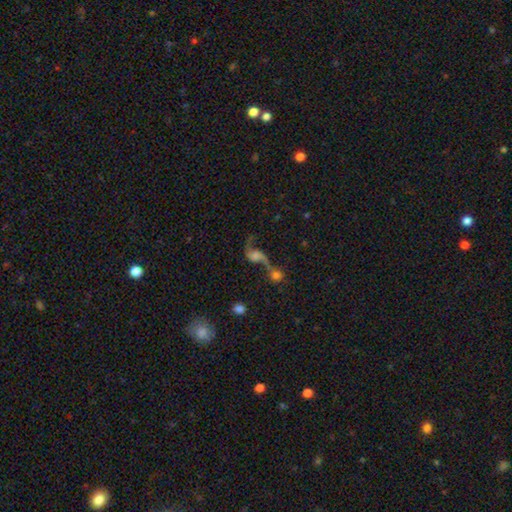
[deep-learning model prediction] This is likely a featured or disk galaxy (66%). It is clearly not viewed edge-on (95%). Bar: likely no (64%). Spiral arm pattern: clearly yes (88%). Spiral arm count: clearly 2 (83%). Spiral winding: clearly loose (86%). Central bulge: marginally moderate (30%). Merging: possibly merger (46%).